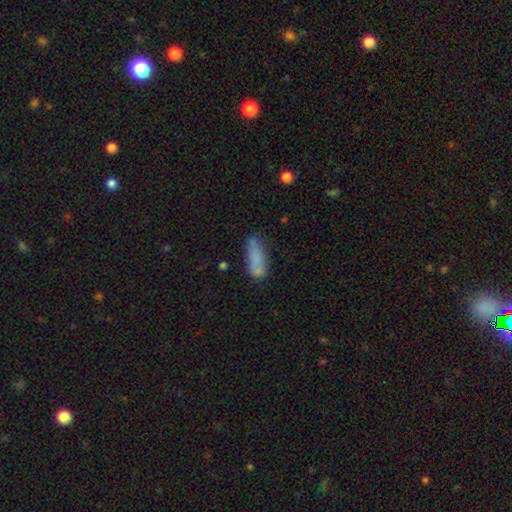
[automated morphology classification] A smooth galaxy with no disk features (77%) that is in between round and cigar-shaped (57%).

Vote fractions:
- Smooth or featured? smooth: 77% / featured or disk: 14% / star or artifact: 9%
- How rounded? in between: 57% / cigar-shaped: 40% / round: 3%
- Merging? none: 50% / minor disturbance: 30% / major disturbance: 12% / merger: 8%